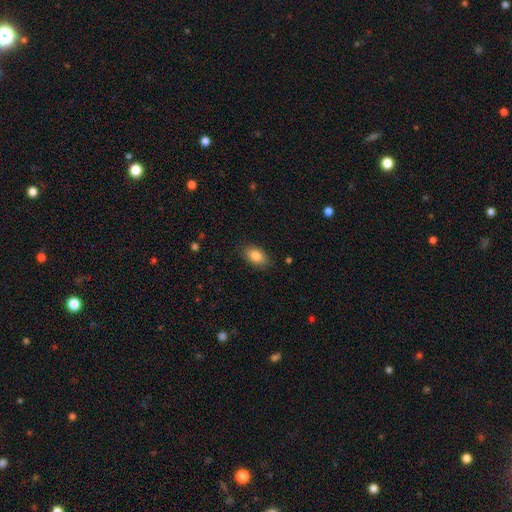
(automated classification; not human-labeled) Morphology: type=smooth (85%); roundness=in between (89%); merging=none (85%).